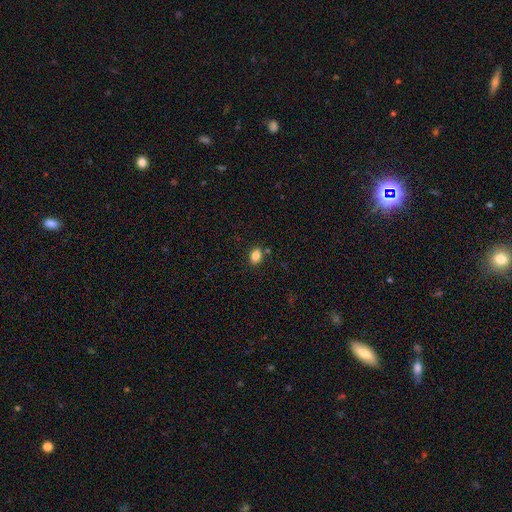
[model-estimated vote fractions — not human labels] Smooth or featured: smooth — 83% (star or artifact — 11%)
How rounded: in between — 72% (round — 27%)
Merging: none — 81% (minor disturbance — 11%)